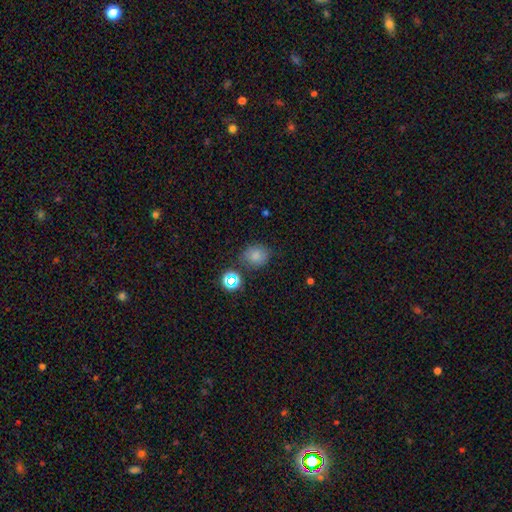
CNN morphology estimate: smooth_or_featured: smooth (p=0.78) [alt: star or artifact p=0.16]
how_rounded: round (p=0.63) [alt: in between p=0.36]
merging: none (p=0.76) [alt: minor disturbance p=0.15]